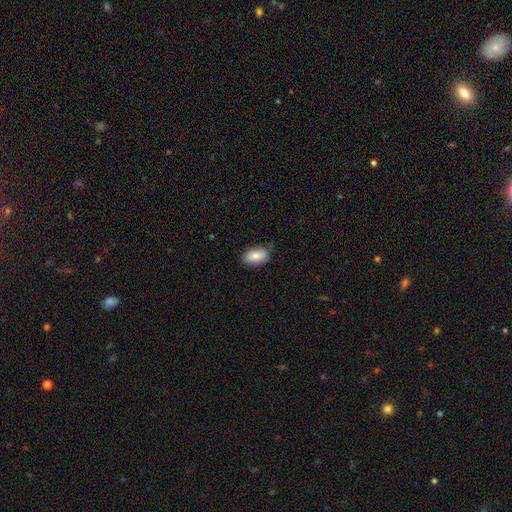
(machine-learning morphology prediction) This is likely a smooth galaxy (79%). How rounded: clearly in between (92%). Merging: likely none (76%).